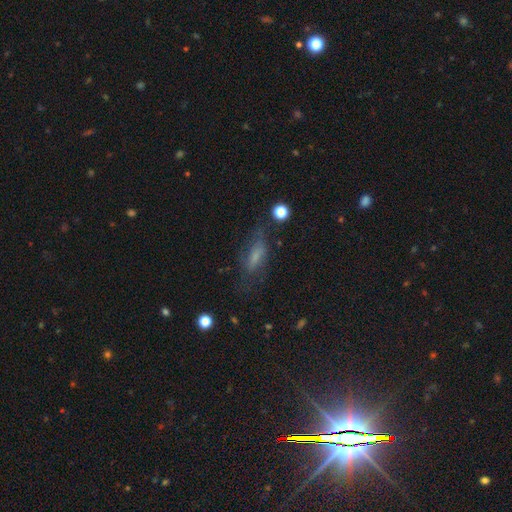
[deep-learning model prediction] Overall: smooth (52%; featured or disk 33%). How rounded: in between (60%; cigar-shaped 36%). Merging: none (55%; minor disturbance 24%).